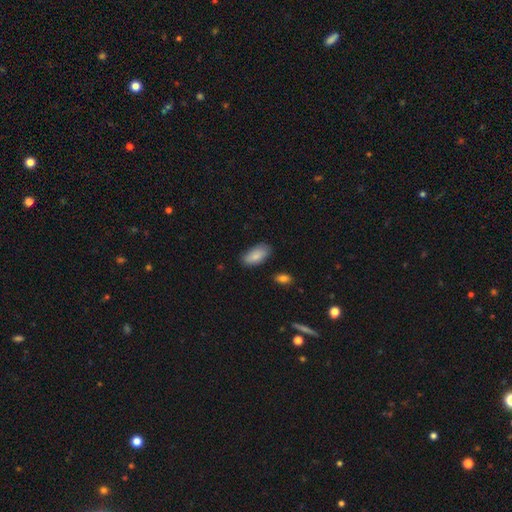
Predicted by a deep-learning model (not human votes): Smooth or featured? Predicted: smooth (p=0.86). How rounded? Predicted: in between (p=0.92). Merging? Predicted: none (p=0.79).